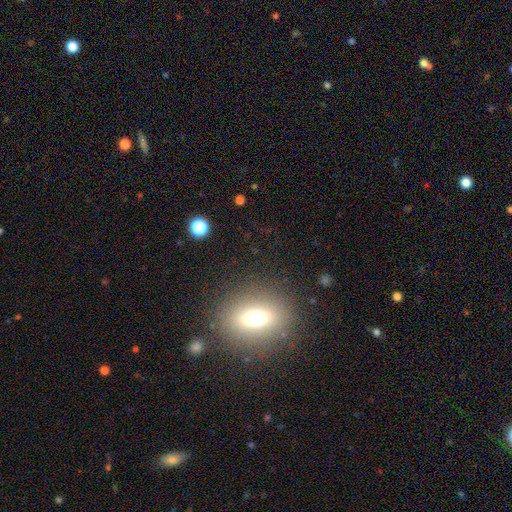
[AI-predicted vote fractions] Smooth or featured? Predicted: smooth (p=0.55). How rounded? Predicted: in between (p=0.62). Merging? Predicted: none (p=0.87).